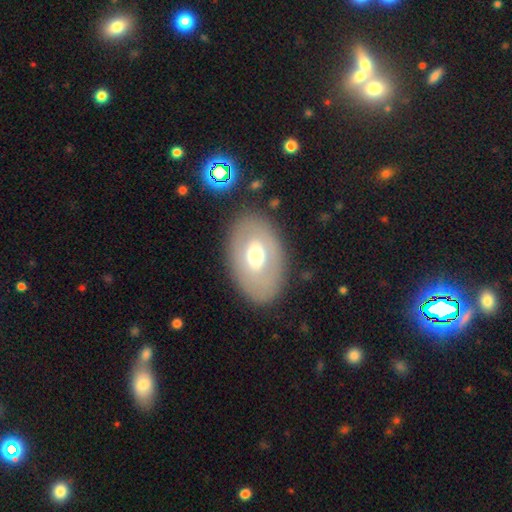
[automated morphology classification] A smooth galaxy with no disk features (52%) that is in between round and cigar-shaped (85%). Merging: none (83%).